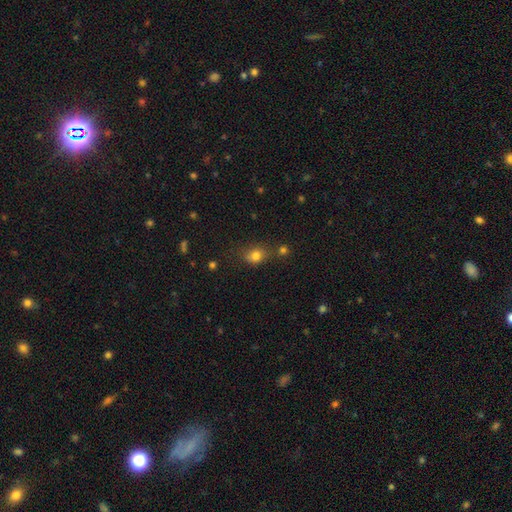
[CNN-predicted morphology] The model was most divided on "how rounded": round: 54%, in between: 45%, cigar-shaped: 2%. More confident: smooth or featured — smooth (78%); merging — none (59%).